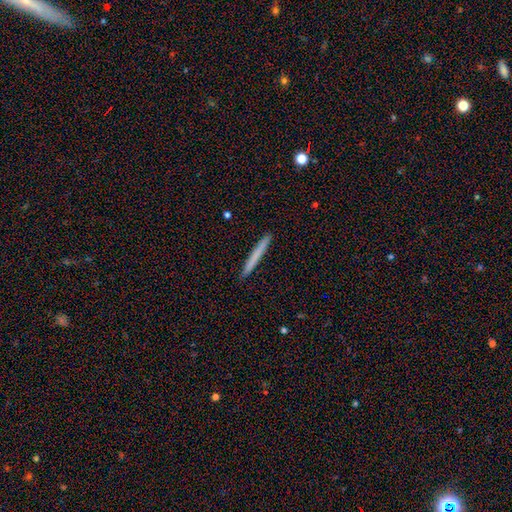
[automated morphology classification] Q: Smooth or featured?
A: smooth (71%); runner-up: featured or disk (23%)
Q: How rounded?
A: cigar-shaped (97%); runner-up: in between (2%)
Q: Merging?
A: none (93%); runner-up: minor disturbance (5%)